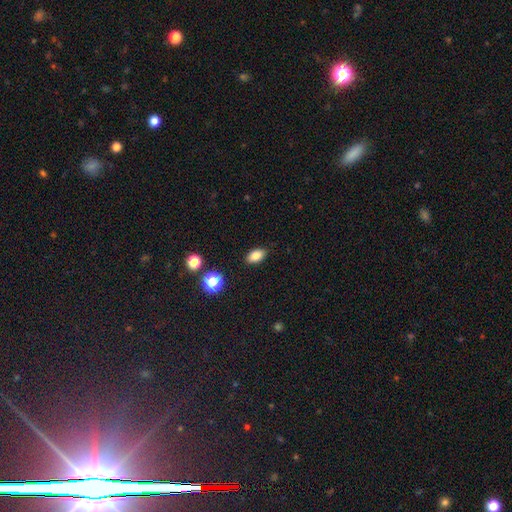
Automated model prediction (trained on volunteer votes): smooth 83%, star or artifact 11%, featured or disk 6%. Down the decision tree: how rounded — in between (89%); merging — none (88%).